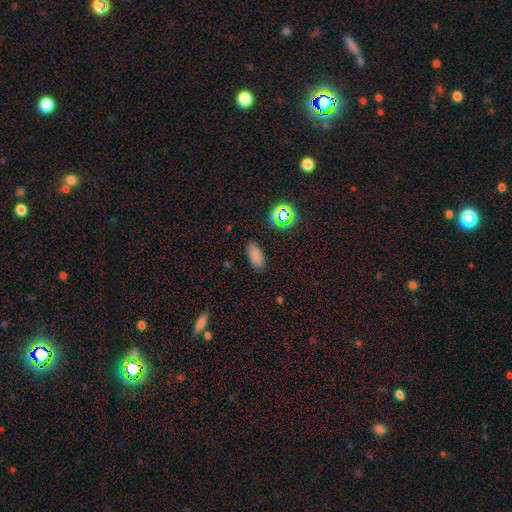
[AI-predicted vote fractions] smooth-or-featured: smooth: 79% | star or artifact: 16% | featured or disk: 6%
  how-rounded: in between: 84% | cigar-shaped: 12% | round: 3%
  merging: none: 85% | minor disturbance: 10% | major disturbance: 3% | merger: 2%